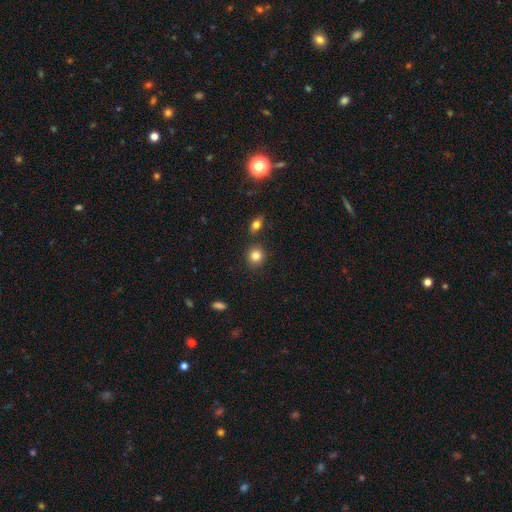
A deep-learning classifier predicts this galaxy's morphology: smooth_or_featured: smooth (p=0.83) [alt: star or artifact p=0.11]
how_rounded: round (p=0.83) [alt: in between p=0.16]
merging: none (p=0.83) [alt: minor disturbance p=0.08]